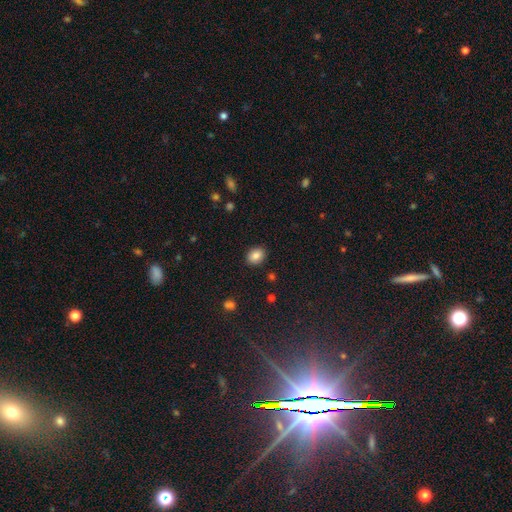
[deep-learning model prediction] Morphology: type=smooth (84%); roundness=in between (57%); merging=none (89%).